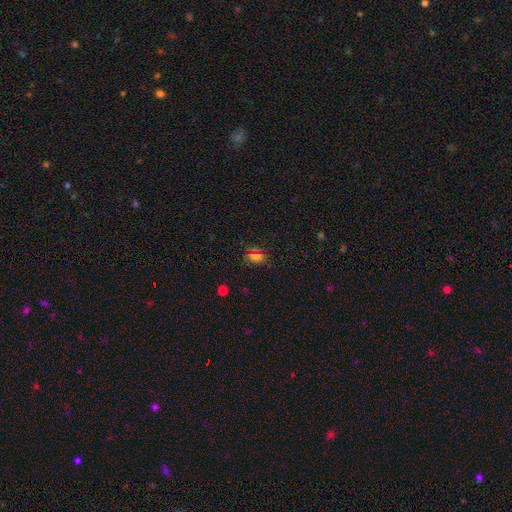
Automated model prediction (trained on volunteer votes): A smooth galaxy with no disk features (62%) that is in between round and cigar-shaped (68%).

Vote fractions:
- Smooth or featured? smooth: 62% / star or artifact: 30% / featured or disk: 8%
- How rounded? in between: 68% / round: 29% / cigar-shaped: 4%
- Merging? none: 77% / minor disturbance: 15% / major disturbance: 5% / merger: 2%